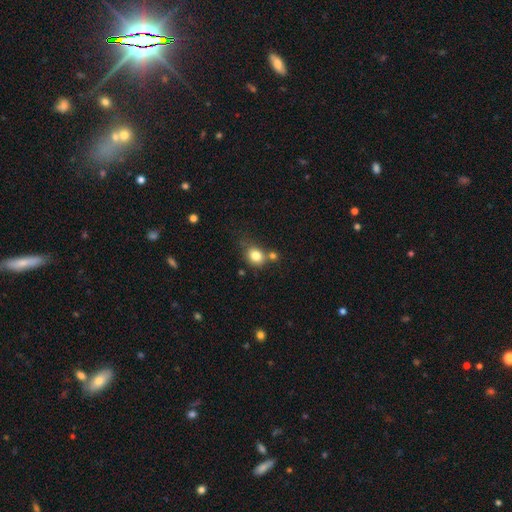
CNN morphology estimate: Smooth or featured? smooth (81%)
How rounded? round (59%)
Merging? none (54%)